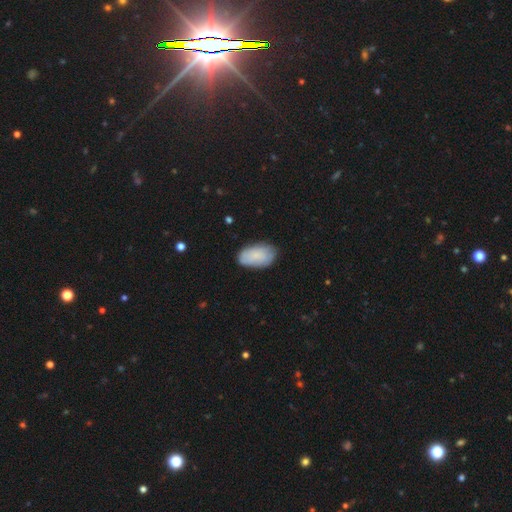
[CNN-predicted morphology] smooth_or_featured: smooth (p=0.77) [alt: featured or disk p=0.16]
how_rounded: in between (p=0.94) [alt: round p=0.04]
merging: none (p=0.74) [alt: minor disturbance p=0.20]